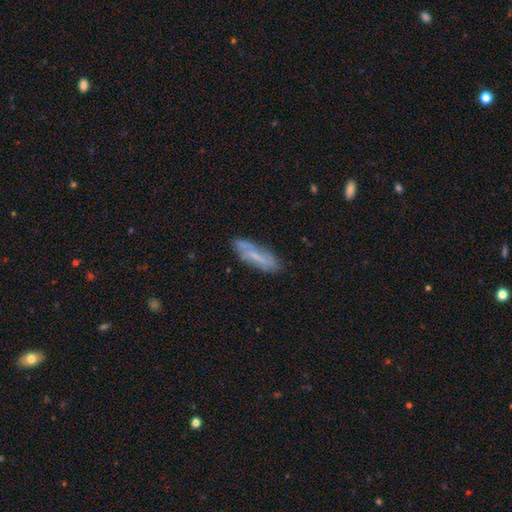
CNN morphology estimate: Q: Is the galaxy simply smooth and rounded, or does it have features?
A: featured or disk — 48%.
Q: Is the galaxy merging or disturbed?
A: none — 71%.